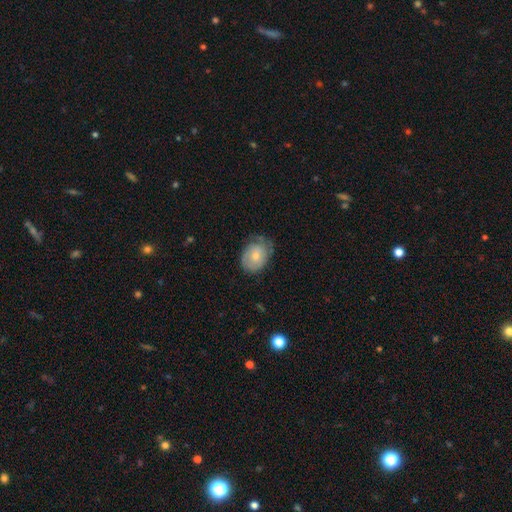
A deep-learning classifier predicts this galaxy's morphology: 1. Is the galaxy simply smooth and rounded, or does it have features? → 52% smooth, 41% featured or disk, 6% star or artifact.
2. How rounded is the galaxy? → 61% in between, 38% round, 1% cigar-shaped.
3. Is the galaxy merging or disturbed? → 55% none, 32% minor disturbance, 12% major disturbance, 1% merger.